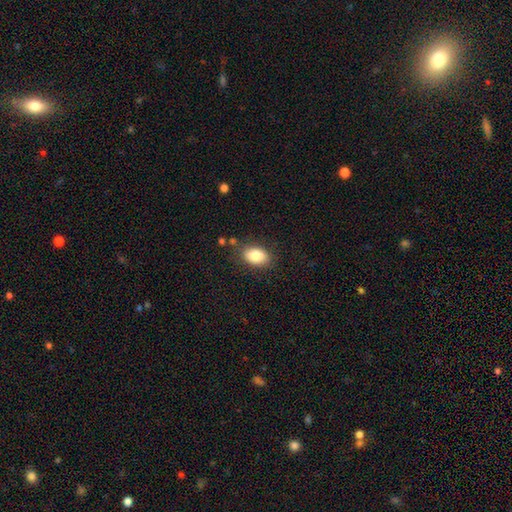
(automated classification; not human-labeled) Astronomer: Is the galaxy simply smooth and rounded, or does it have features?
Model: smooth — 83%.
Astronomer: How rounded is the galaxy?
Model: in between — 88%.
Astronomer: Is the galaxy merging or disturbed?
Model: none — 81%.